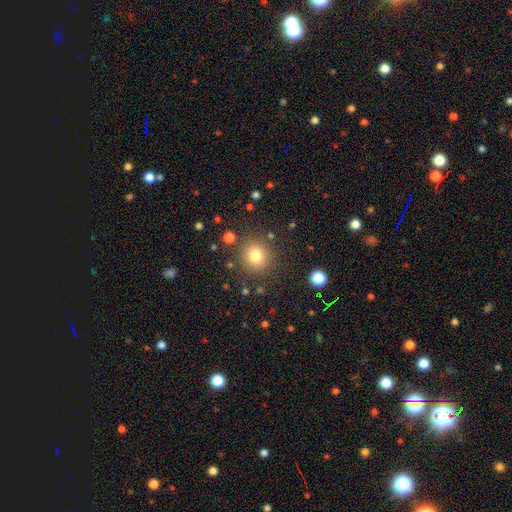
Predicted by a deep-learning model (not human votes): This appears to be a smooth galaxy with no disk features (79%) that is round (91%). Merging: none (86%).